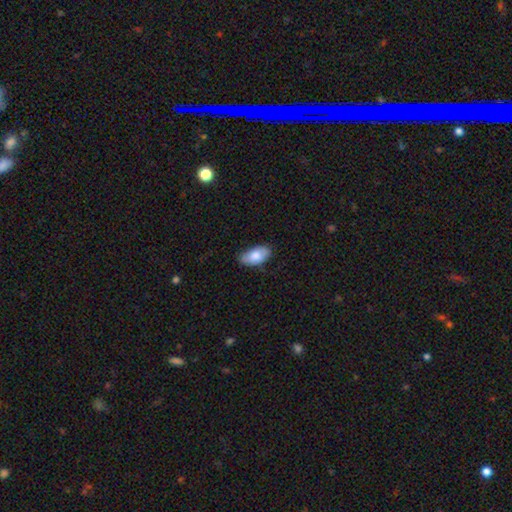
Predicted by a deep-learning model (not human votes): Smooth or featured? smooth (80%)
How rounded? in between (94%)
Merging? none (79%)